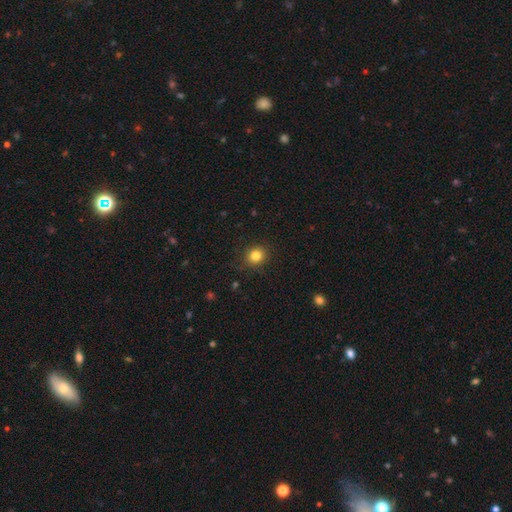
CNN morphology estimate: smooth_or_featured: smooth (p=0.82) [alt: star or artifact p=0.12]
how_rounded: round (p=0.82) [alt: in between p=0.17]
merging: none (p=0.87) [alt: minor disturbance p=0.09]